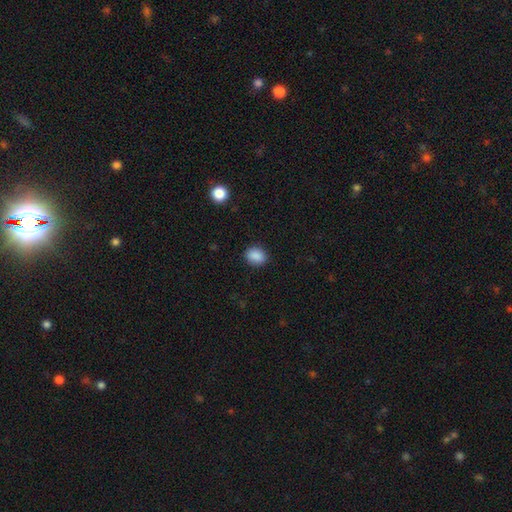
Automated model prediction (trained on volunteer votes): A smooth galaxy with no disk features (88%) that is in between round and cigar-shaped (55%).

Vote fractions:
- Smooth or featured? smooth: 88% / star or artifact: 9% / featured or disk: 3%
- How rounded? in between: 55% / round: 44% / cigar-shaped: 1%
- Merging? none: 88% / minor disturbance: 9% / major disturbance: 3% / merger: 1%